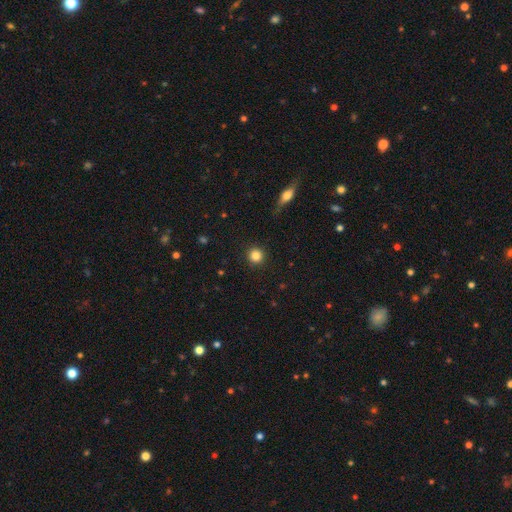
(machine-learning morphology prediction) Smooth or featured: smooth — 84% (star or artifact — 11%)
How rounded: round — 95% (in between — 4%)
Merging: none — 91% (minor disturbance — 5%)